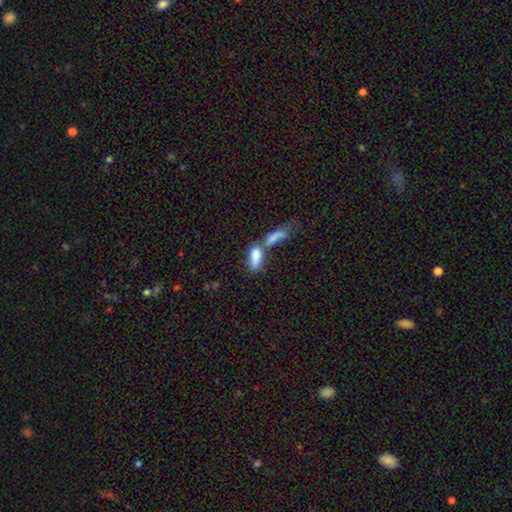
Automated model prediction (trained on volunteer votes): smooth_or_featured: smooth (p=0.78) [alt: featured or disk p=0.14]
how_rounded: in between (p=0.73) [alt: cigar-shaped p=0.23]
merging: merger (p=0.64) [alt: none p=0.20]